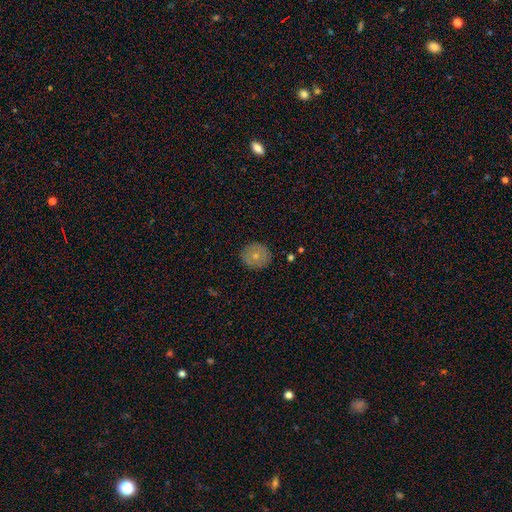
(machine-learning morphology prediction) A smooth galaxy with no disk features (69%) that is round (87%). Merging: none (88%).